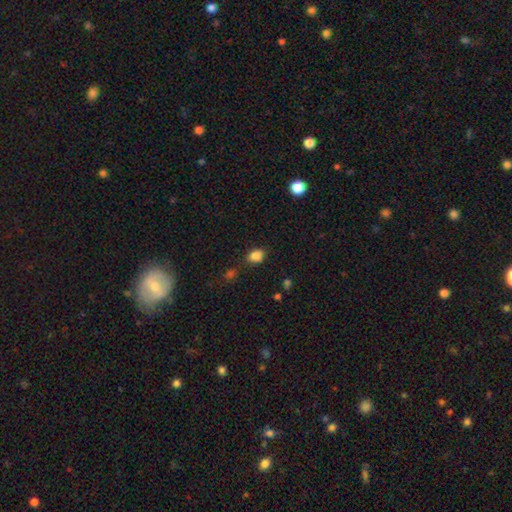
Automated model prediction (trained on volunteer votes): This appears to be a smooth galaxy with no disk features (83%) that is in between round and cigar-shaped (60%). Merging: none (72%).